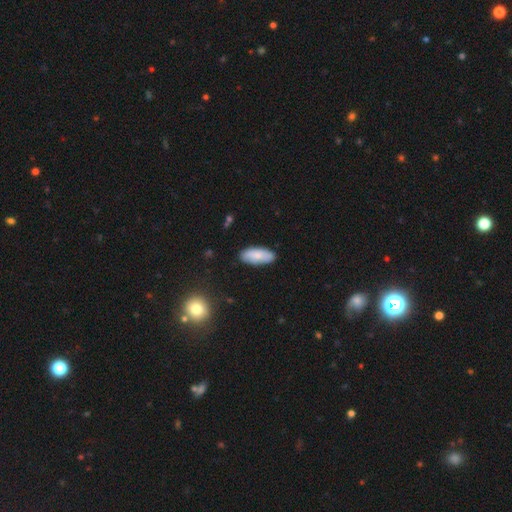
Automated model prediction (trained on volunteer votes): Smooth or featured? Predicted: smooth (p=0.78). How rounded? Predicted: in between (p=0.83). Merging? Predicted: none (p=0.85).